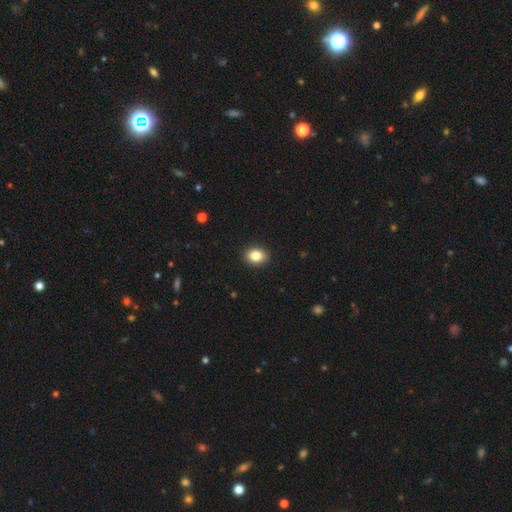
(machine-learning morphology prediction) This is clearly a smooth galaxy (85%). How rounded: possibly in between (58%). Merging: clearly none (91%).